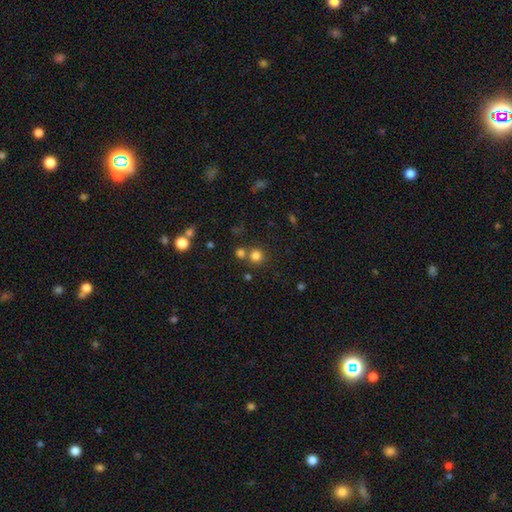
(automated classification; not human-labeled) Overall: smooth (78%). How rounded: round (93%). Merging: none (70%).